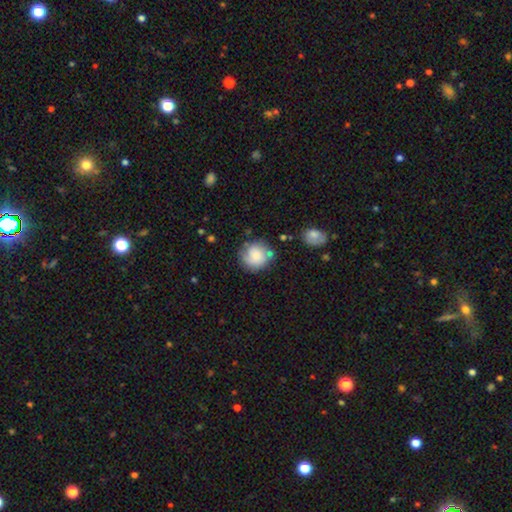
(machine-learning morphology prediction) This is likely a smooth galaxy (76%). How rounded: clearly round (86%). Merging: likely none (64%).